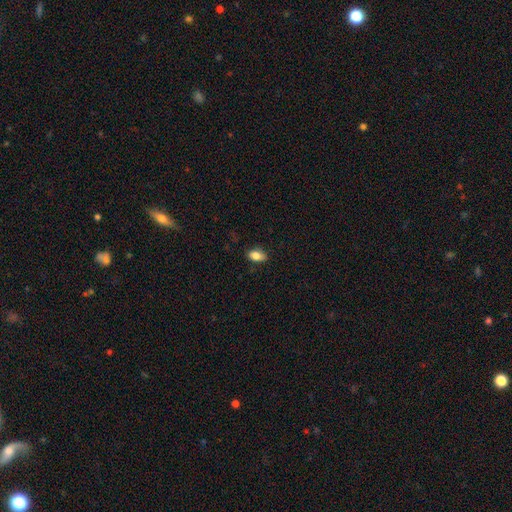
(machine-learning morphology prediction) Smooth or featured? smooth (83%)
How rounded? in between (88%)
Merging? none (81%)